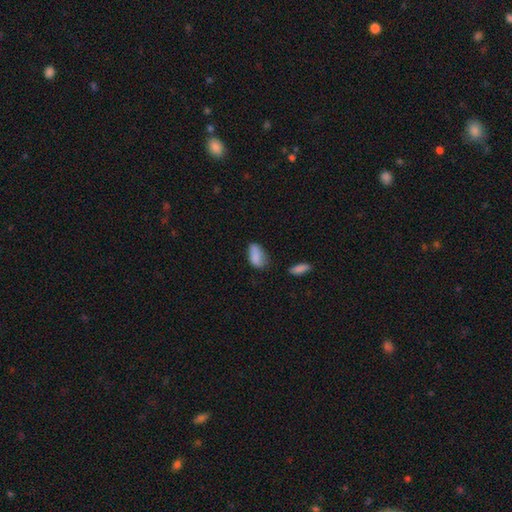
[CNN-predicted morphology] smooth 84%, featured or disk 8%, star or artifact 8%. Down the decision tree: how rounded — in between (91%); merging — none (48%).